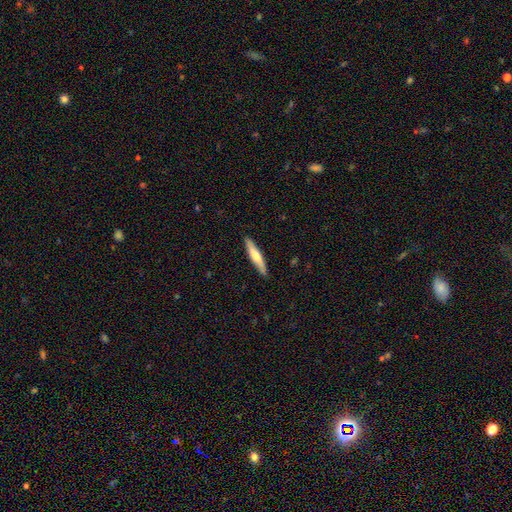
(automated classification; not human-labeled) Morphology: type=smooth (59%); roundness=cigar-shaped (89%); merging=none (89%).